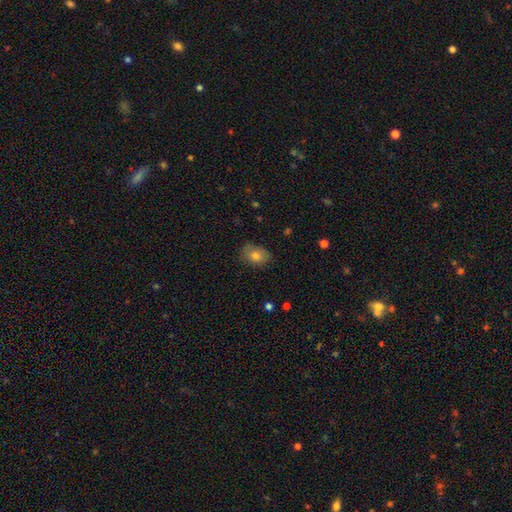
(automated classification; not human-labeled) smooth-or-featured: smooth: 79% | featured or disk: 12% | star or artifact: 9%
  how-rounded: in between: 74% | round: 25% | cigar-shaped: 1%
  merging: none: 77% | minor disturbance: 18% | major disturbance: 3% | merger: 1%